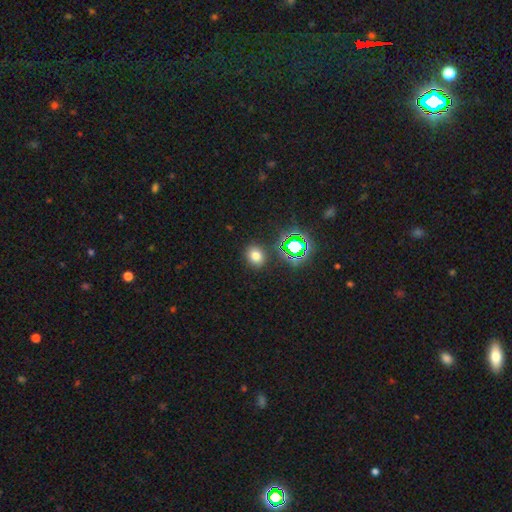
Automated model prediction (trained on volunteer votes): Overall: smooth (69%). How rounded: round (59%; in between 39%). Merging: none (85%).